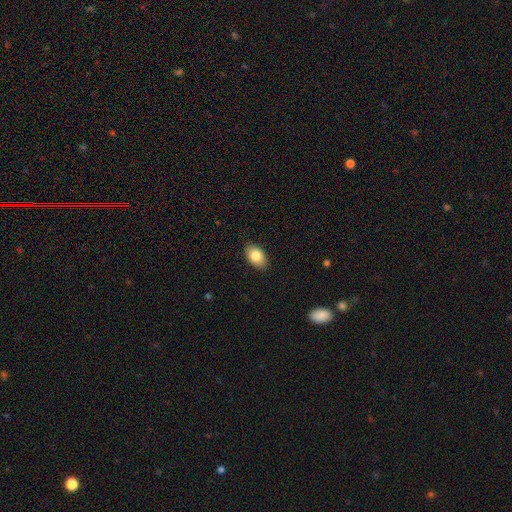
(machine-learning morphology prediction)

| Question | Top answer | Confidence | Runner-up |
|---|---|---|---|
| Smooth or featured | smooth | 85% | featured or disk (8%) |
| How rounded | in between | 91% | round (7%) |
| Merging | none | 87% | minor disturbance (10%) |